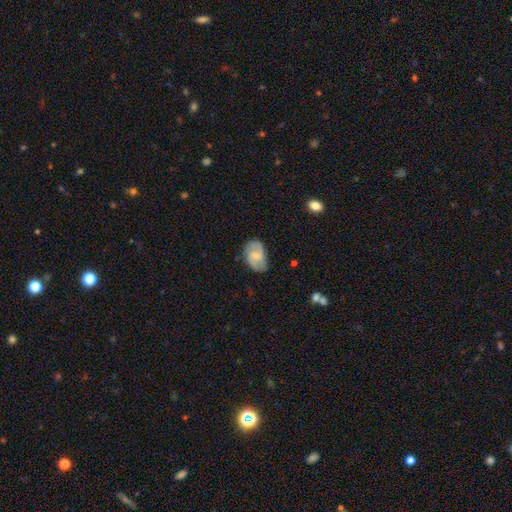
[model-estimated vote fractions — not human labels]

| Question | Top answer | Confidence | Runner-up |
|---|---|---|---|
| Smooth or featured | featured or disk | 54% | smooth (39%) |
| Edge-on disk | no | 97% | yes (3%) |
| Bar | weak | 52% | no (34%) |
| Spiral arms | yes | 86% | no (14%) |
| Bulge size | small | 52% | moderate (34%) |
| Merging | none | 70% | minor disturbance (23%) |